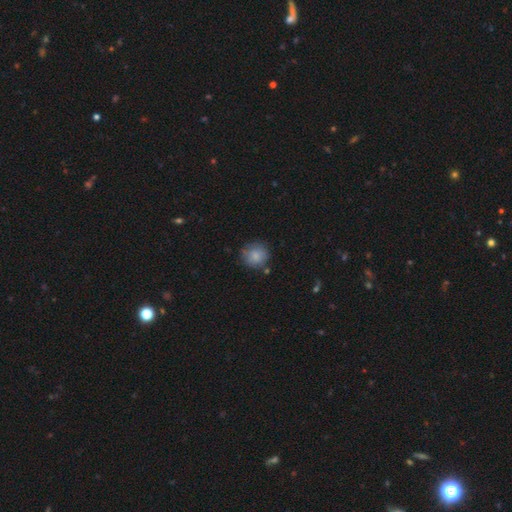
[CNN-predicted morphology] Smooth or featured? Predicted: smooth (p=0.84). How rounded? Predicted: round (p=0.90). Merging? Predicted: none (p=0.75).